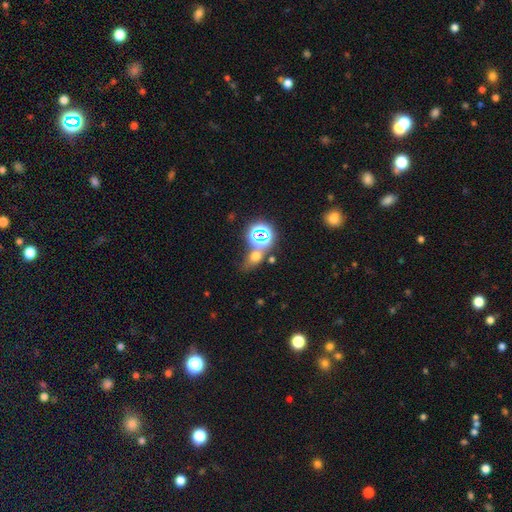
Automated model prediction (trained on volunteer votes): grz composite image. It shows a smooth galaxy with no disk features (51%) that is in between round and cigar-shaped (53%). Merging: none (57%).